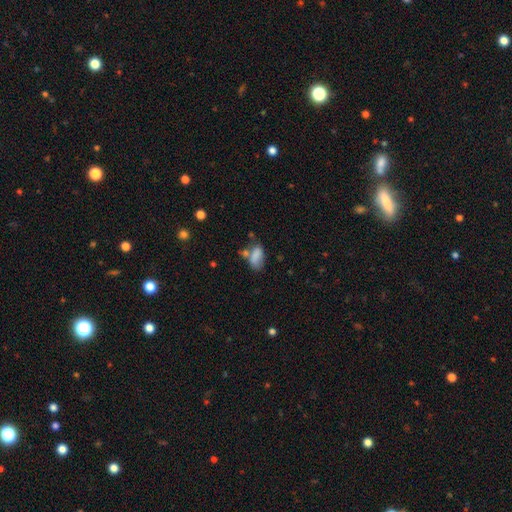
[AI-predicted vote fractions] Smooth or featured? smooth (79%)
How rounded? in between (88%)
Merging? none (44%)